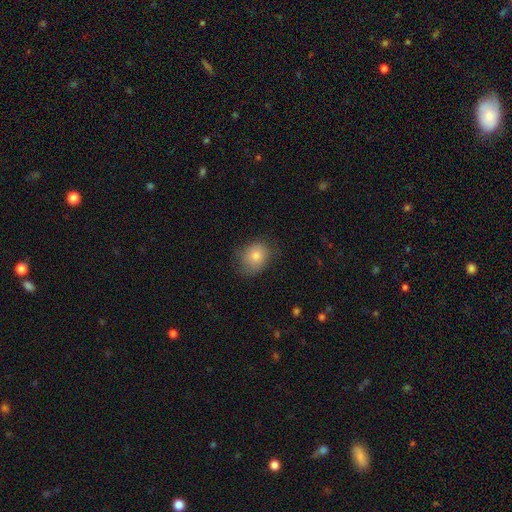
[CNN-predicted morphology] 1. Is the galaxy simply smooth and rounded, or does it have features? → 77% smooth, 13% featured or disk, 10% star or artifact.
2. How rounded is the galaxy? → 58% round, 42% in between, 1% cigar-shaped.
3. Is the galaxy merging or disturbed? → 73% none, 21% minor disturbance, 6% major disturbance, 1% merger.